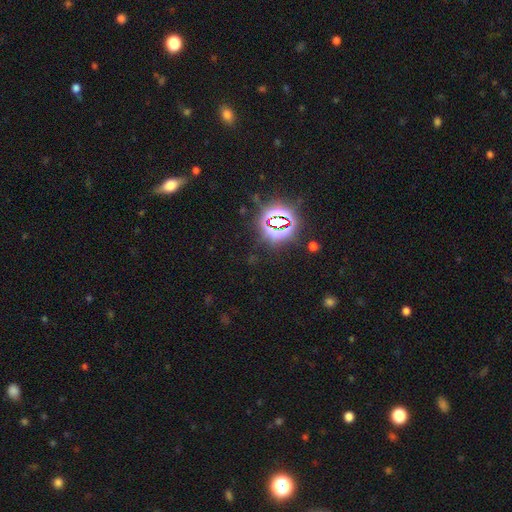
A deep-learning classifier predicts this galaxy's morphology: type=star or artifact (78%).